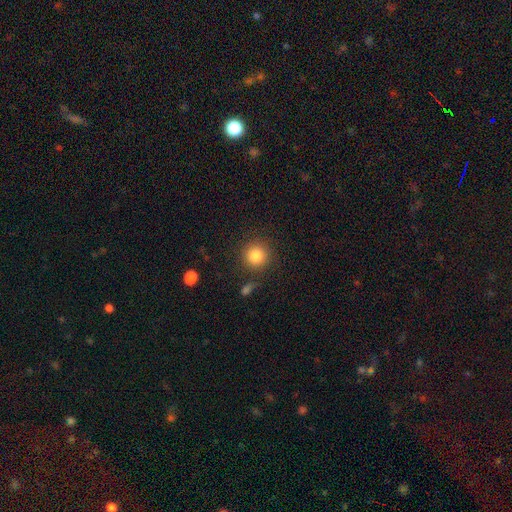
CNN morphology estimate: Overall: smooth (84%). How rounded: round (93%). Merging: none (86%).